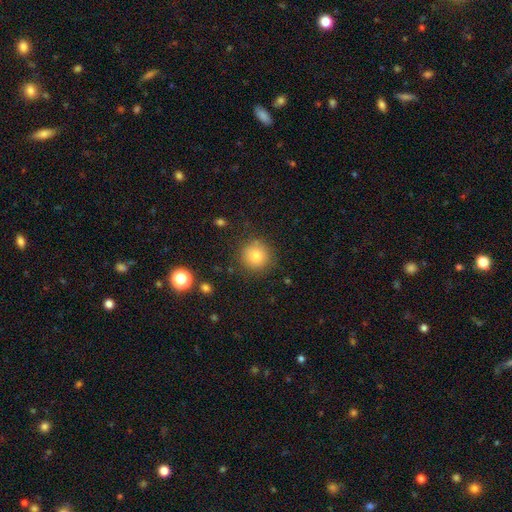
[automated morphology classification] A smooth galaxy with no disk features (81%) that is round (94%). Merging: none (87%).